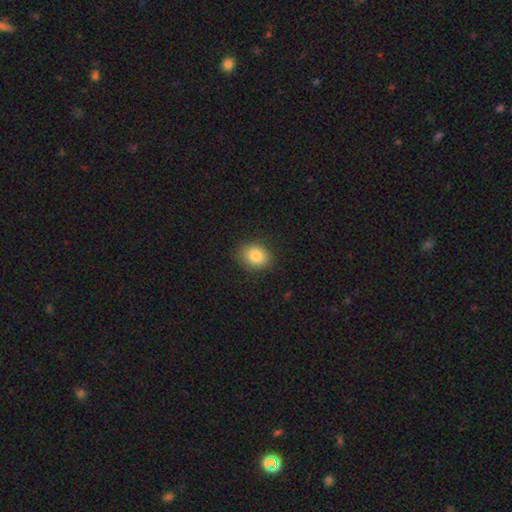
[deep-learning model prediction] Smooth or featured?
  - smooth: 84% *
  - star or artifact: 9%
  - featured or disk: 7%
How rounded?
  - round: 53% *
  - in between: 46%
  - cigar-shaped: 1%
Merging?
  - none: 86% *
  - minor disturbance: 10%
  - major disturbance: 3%
  - merger: 1%